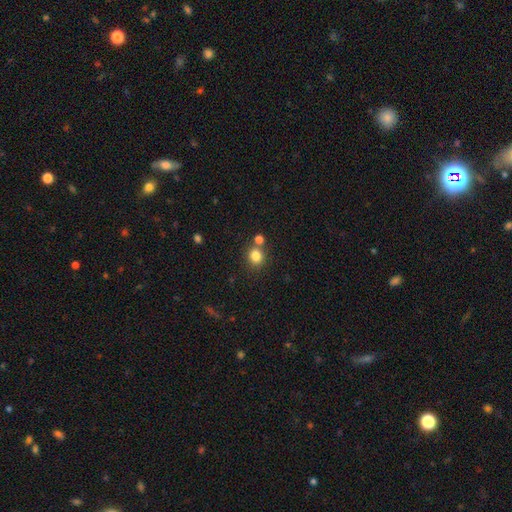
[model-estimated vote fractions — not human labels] Smooth or featured?
  - smooth: 82% *
  - star or artifact: 12%
  - featured or disk: 6%
How rounded?
  - round: 74% *
  - in between: 25%
  - cigar-shaped: 1%
Merging?
  - none: 69% *
  - merger: 18%
  - minor disturbance: 10%
  - major disturbance: 3%